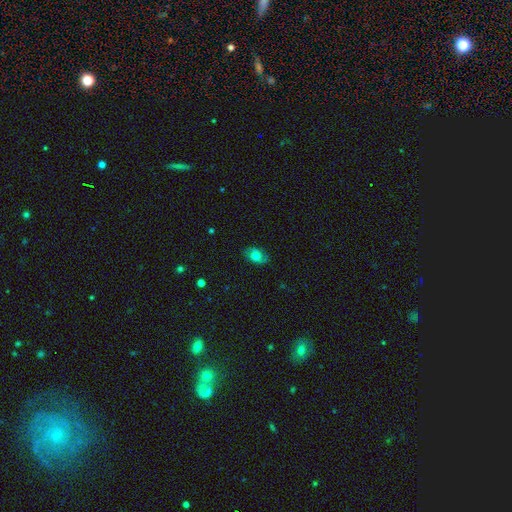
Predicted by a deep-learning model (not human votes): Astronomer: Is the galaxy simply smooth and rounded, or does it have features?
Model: smooth — 59%.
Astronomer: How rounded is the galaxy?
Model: in between — 85%.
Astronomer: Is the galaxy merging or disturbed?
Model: none — 79%.